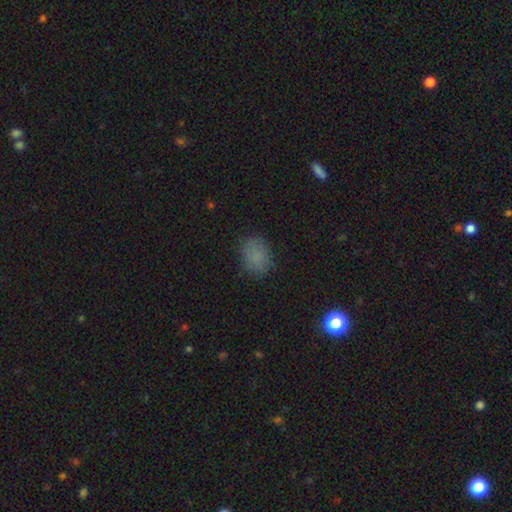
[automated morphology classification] A smooth galaxy with no disk features (81%) that is in between round and cigar-shaped (67%).

Vote fractions:
- Smooth or featured? smooth: 81% / star or artifact: 13% / featured or disk: 6%
- How rounded? in between: 67% / round: 32% / cigar-shaped: 1%
- Merging? none: 80% / minor disturbance: 14% / major disturbance: 4% / merger: 1%